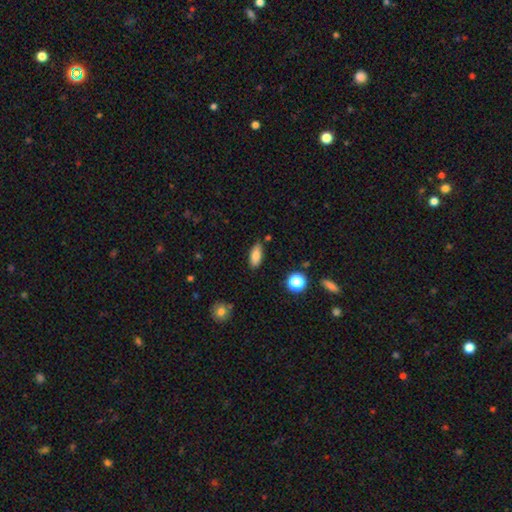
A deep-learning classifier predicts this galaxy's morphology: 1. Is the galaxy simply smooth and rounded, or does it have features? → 82% smooth, 9% star or artifact, 9% featured or disk.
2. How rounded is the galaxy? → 84% in between, 12% cigar-shaped, 4% round.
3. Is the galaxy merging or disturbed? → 82% none, 13% minor disturbance, 3% merger, 3% major disturbance.